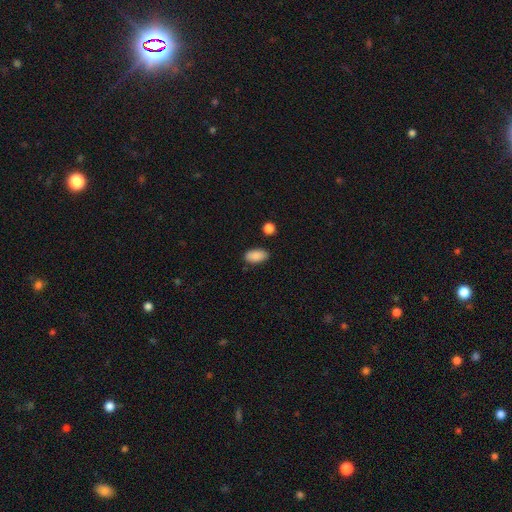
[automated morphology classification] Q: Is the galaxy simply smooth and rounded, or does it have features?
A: smooth — 89%.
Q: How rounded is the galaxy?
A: in between — 93%.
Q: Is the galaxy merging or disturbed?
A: none — 84%.